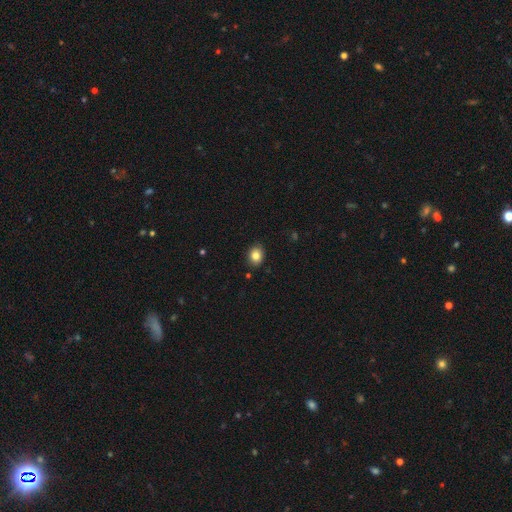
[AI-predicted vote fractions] Smooth or featured? Predicted: smooth (p=0.82). How rounded? Predicted: in between (p=0.52). Merging? Predicted: none (p=0.88).